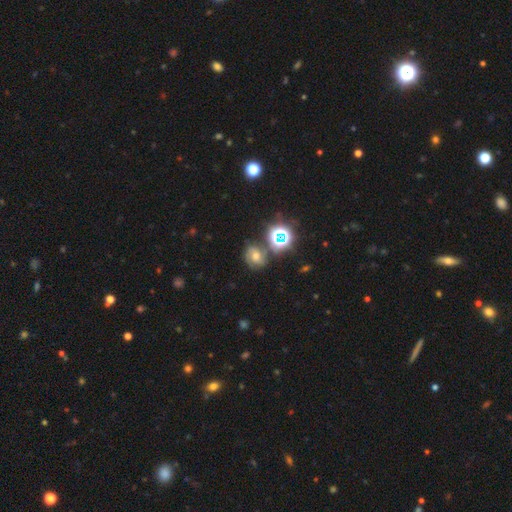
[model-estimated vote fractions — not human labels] A smooth galaxy with no disk features (39%). Merging: none (69%).